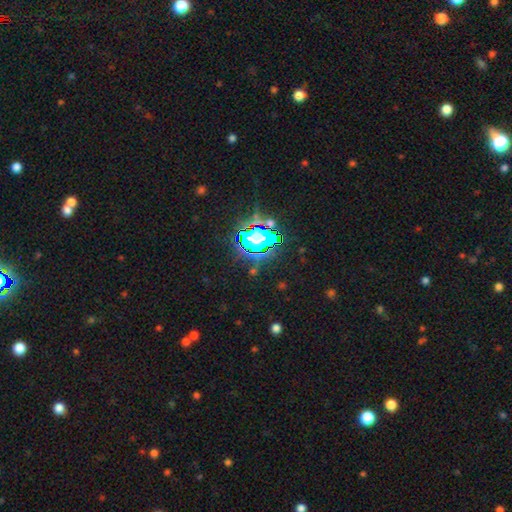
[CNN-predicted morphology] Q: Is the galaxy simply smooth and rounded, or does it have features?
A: star or artifact — 83%.